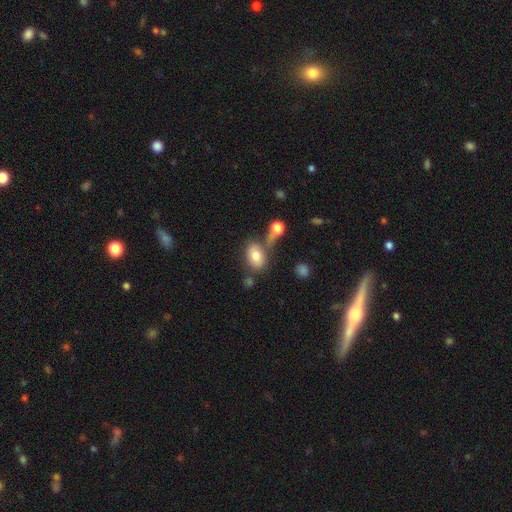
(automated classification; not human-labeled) This appears to be a smooth galaxy with no disk features (78%) that is in between round and cigar-shaped (83%). Merging: none (52%).